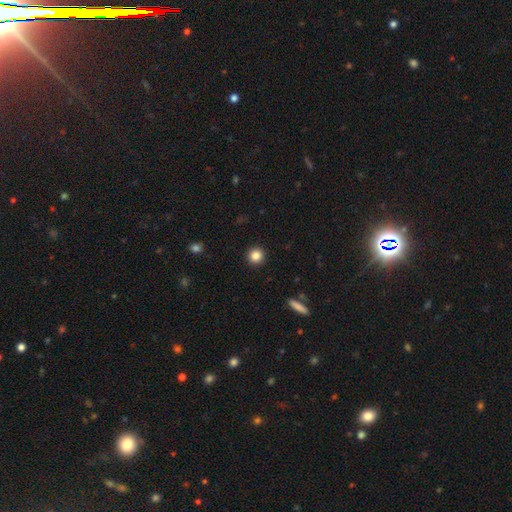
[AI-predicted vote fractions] This is clearly a smooth galaxy (84%). How rounded: clearly round (94%). Merging: clearly none (93%).